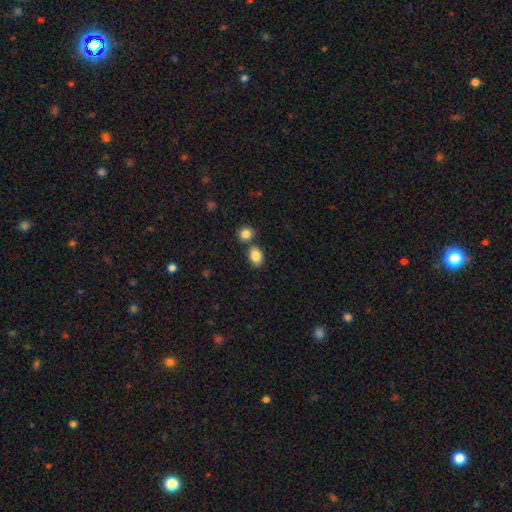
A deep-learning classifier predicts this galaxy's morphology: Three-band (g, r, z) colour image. It shows a smooth galaxy with no disk features (85%) that is in between round and cigar-shaped (69%). Merging: none (66%).